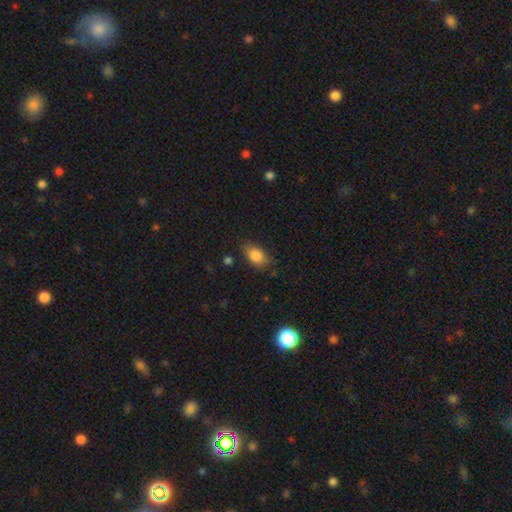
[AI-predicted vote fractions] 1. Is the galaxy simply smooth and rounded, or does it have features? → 84% smooth, 9% star or artifact, 7% featured or disk.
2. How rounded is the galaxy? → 82% in between, 16% round, 2% cigar-shaped.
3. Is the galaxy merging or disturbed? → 75% none, 19% minor disturbance, 4% major disturbance, 2% merger.